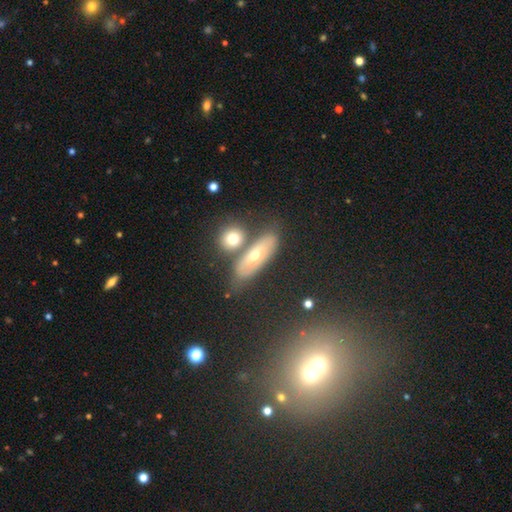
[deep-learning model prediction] Overall: smooth (50%; featured or disk 40%). How rounded: in between (64%; cigar-shaped 26%). Merging: none (66%).